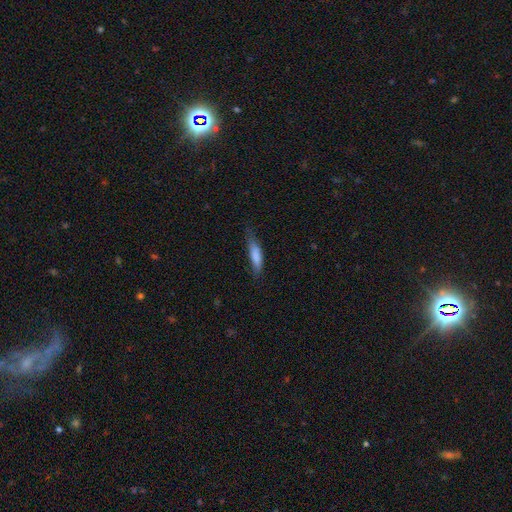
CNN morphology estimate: smooth 78%, featured or disk 15%, star or artifact 6%. Down the decision tree: how rounded — cigar-shaped (66%); merging — none (54%).